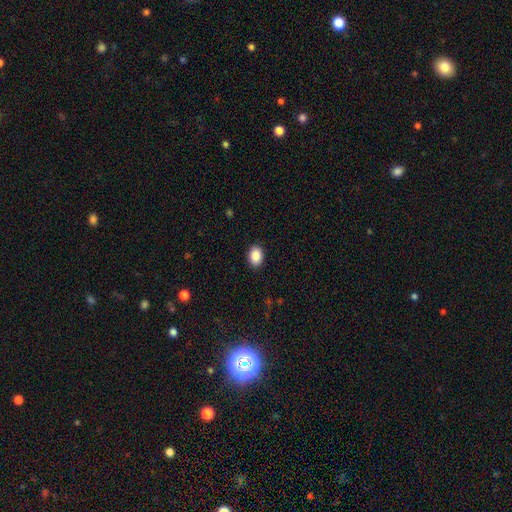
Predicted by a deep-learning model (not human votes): smooth_or_featured: smooth (p=0.90) [alt: star or artifact p=0.07]
how_rounded: in between (p=0.75) [alt: round p=0.24]
merging: none (p=0.90) [alt: minor disturbance p=0.07]